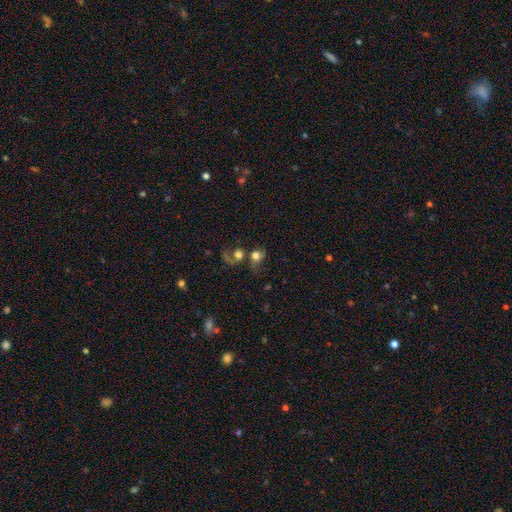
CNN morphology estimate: smooth 65%, featured or disk 22%, star or artifact 13%. Down the decision tree: how rounded — round (64%); merging — merger (43%).